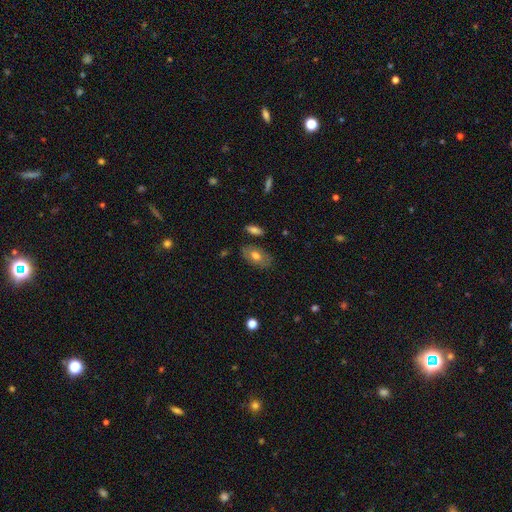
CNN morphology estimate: This is likely a smooth galaxy (66%). How rounded: clearly in between (91%). Merging: likely none (77%).